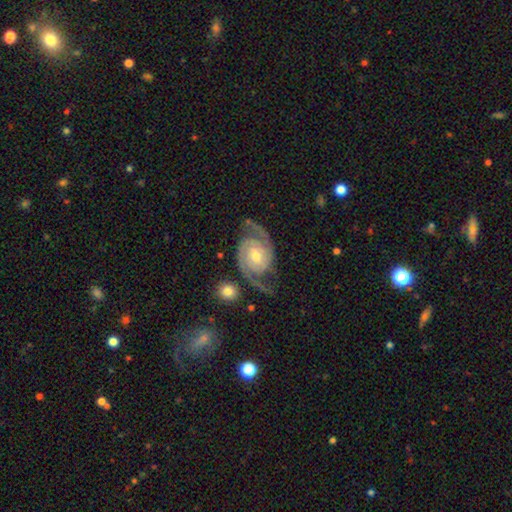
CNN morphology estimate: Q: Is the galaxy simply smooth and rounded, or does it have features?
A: featured or disk — 92%.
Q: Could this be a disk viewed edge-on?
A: no — 97%.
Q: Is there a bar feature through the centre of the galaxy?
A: no — 58%.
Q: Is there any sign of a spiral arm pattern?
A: yes — 98%.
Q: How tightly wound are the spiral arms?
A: tight — 44%.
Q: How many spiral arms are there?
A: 2 — 91%.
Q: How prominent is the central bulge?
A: moderate — 53%.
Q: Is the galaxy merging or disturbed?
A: none — 70%.